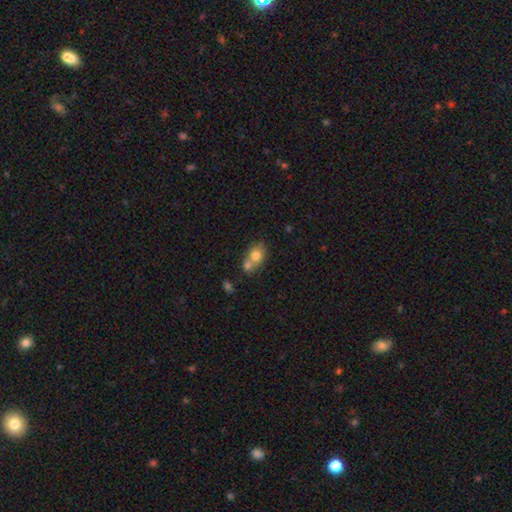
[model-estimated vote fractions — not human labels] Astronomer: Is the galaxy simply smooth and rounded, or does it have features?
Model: smooth — 74%.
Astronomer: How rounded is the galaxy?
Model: in between — 53% (runner-up: round, 46%).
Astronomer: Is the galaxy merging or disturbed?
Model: merger — 53% (runner-up: none, 35%).